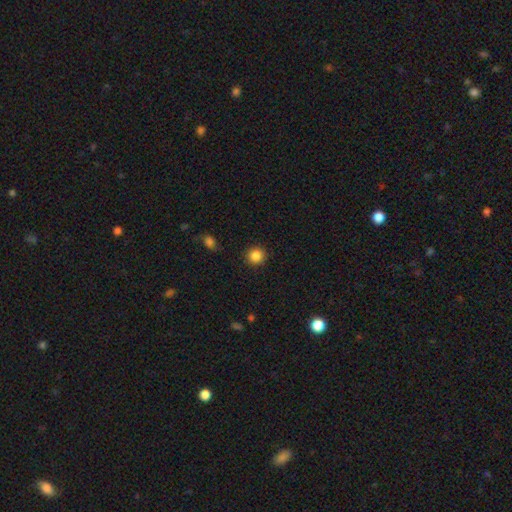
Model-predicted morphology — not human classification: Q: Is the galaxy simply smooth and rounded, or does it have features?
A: smooth — 86%.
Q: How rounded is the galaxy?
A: round — 92%.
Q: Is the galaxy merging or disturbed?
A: none — 90%.